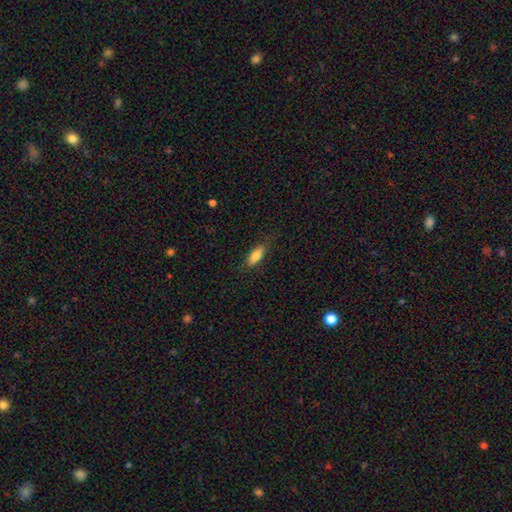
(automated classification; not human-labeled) This appears to be a smooth galaxy with no disk features (81%) that is in between round and cigar-shaped (73%). Merging: none (78%).